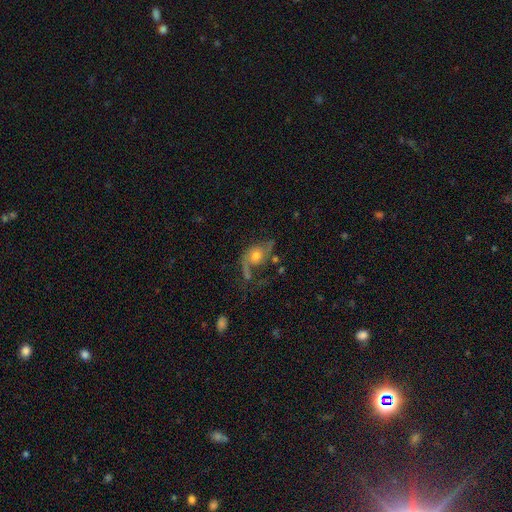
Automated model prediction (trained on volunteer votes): Smooth or featured?
  - featured or disk: 72% *
  - smooth: 19%
  - star or artifact: 9%
Edge-on disk?
  - no: 95% *
  - yes: 5%
Bar?
  - no: 76% *
  - weak: 20%
  - strong: 4%
Spiral arms?
  - yes: 88% *
  - no: 12%
Spiral winding?
  - loose: 63% *
  - medium: 29%
  - tight: 8%
Spiral arm count?
  - 2: 72% *
  - 1: 20%
  - can't tell: 5%
  - 3: 1%
  - 4: 1%
  - more than 4: 1%
Bulge size?
  - moderate: 62% *
  - small: 21%
  - large: 12%
  - none: 2%
  - dominant: 2%
Merging?
  - none: 43% *
  - major disturbance: 30%
  - minor disturbance: 21%
  - merger: 6%